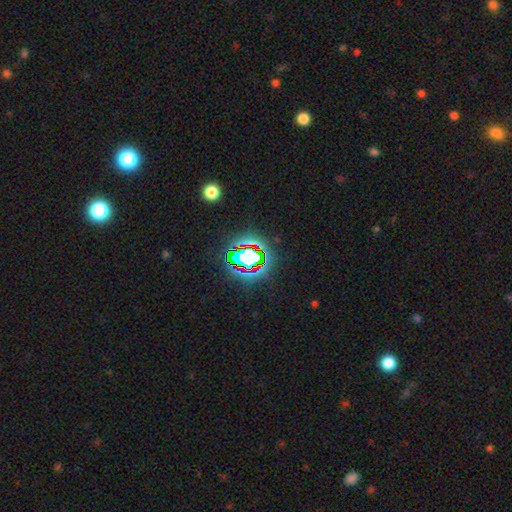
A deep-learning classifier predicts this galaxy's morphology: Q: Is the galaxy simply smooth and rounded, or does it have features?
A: star or artifact — 79%.